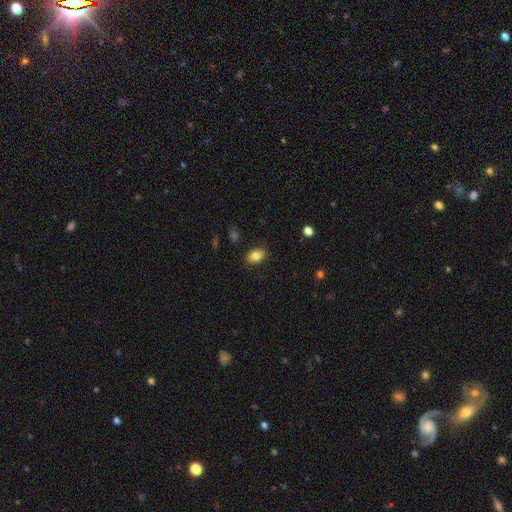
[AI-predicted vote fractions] The model was most divided on "how rounded": in between: 83%, round: 15%, cigar-shaped: 1%. More confident: merging — none (86%); smooth or featured — smooth (83%).